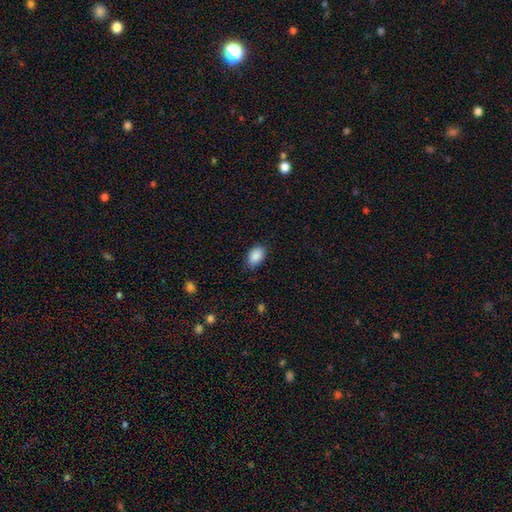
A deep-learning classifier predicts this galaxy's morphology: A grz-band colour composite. It shows a smooth galaxy with no disk features (90%) that is in between round and cigar-shaped (90%). Merging: none (81%).